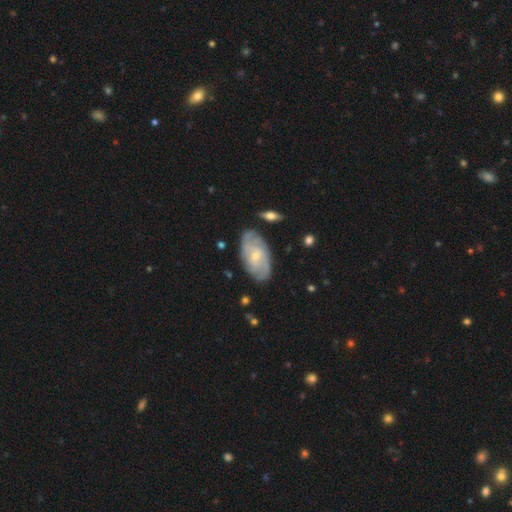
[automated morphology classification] Smooth or featured: featured or disk — 75% (smooth — 20%)
Edge-on disk: no — 94% (yes — 6%)
Bar: no — 51% (weak — 42%)
Spiral arms: yes — 89% (no — 11%)
Spiral winding: tight — 56% (medium — 32%)
Spiral arm count: can't tell — 41% (2 — 28%)
Bulge size: small — 63% (moderate — 32%)
Merging: none — 75% (minor disturbance — 17%)